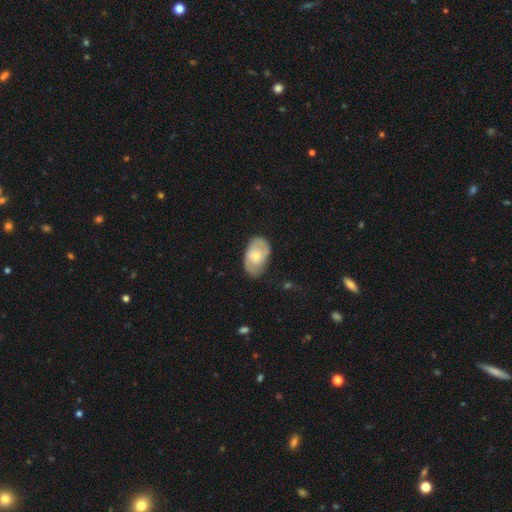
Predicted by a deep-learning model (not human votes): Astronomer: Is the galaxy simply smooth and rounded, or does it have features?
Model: featured or disk — 54% (runner-up: smooth, 40%).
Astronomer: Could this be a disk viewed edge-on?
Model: no — 95%.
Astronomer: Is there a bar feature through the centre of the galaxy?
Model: no — 72%.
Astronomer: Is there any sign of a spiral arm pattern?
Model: yes — 73%.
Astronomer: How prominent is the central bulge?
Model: moderate — 52% (runner-up: small, 43%).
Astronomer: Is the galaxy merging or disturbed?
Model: none — 73%.